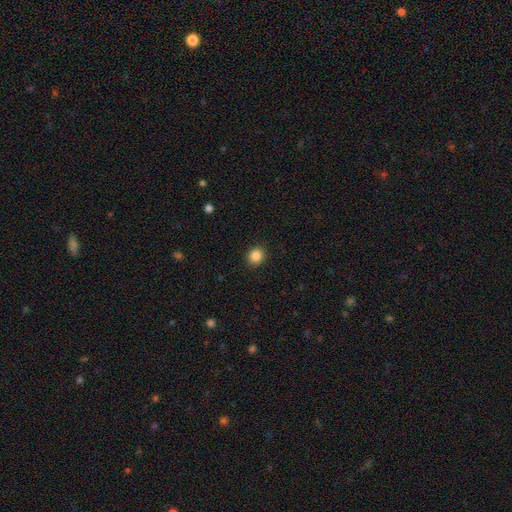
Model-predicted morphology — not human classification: A smooth galaxy with no disk features (86%) that is round (76%). Merging: none (91%).